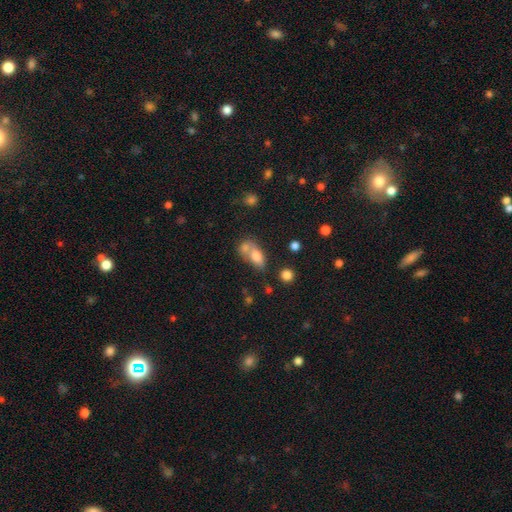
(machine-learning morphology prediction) The model was most divided on "merging": merger: 58%, none: 26%, minor disturbance: 10%, major disturbance: 7%. More confident: how rounded — in between (79%); smooth or featured — smooth (74%).